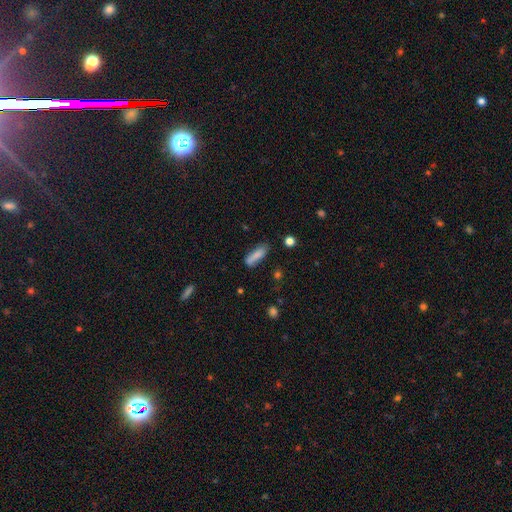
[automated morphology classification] smooth-or-featured: smooth: 80% | featured or disk: 12% | star or artifact: 8%
  how-rounded: cigar-shaped: 54% | in between: 43% | round: 2%
  merging: none: 61% | minor disturbance: 24% | merger: 8% | major disturbance: 7%